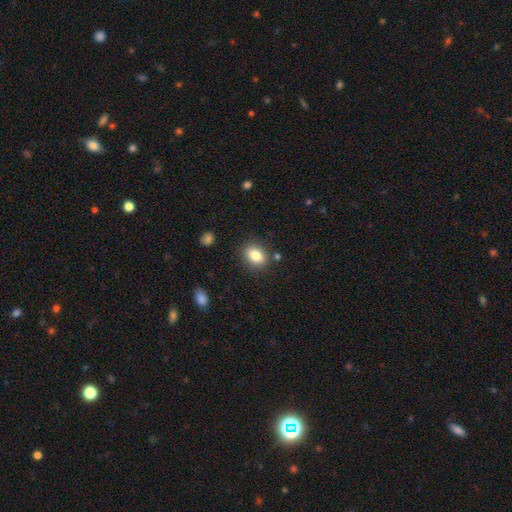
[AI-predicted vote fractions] The model was most divided on "how rounded": in between: 66%, round: 33%, cigar-shaped: 1%. More confident: merging — none (84%); smooth or featured — smooth (83%).